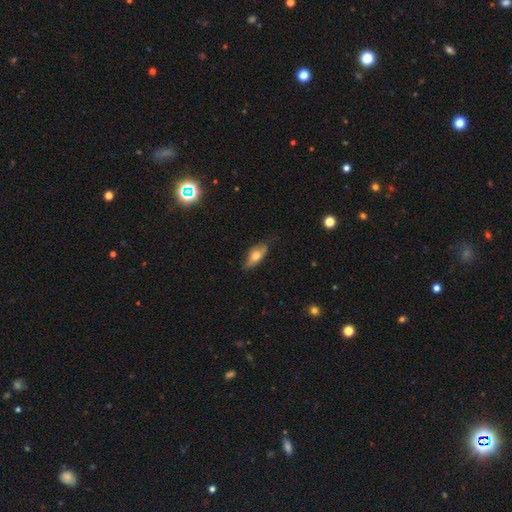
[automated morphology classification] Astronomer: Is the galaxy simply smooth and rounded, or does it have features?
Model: smooth — 54% (runner-up: featured or disk, 39%).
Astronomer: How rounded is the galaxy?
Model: in between — 70%.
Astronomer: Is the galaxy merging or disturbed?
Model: none — 75%.